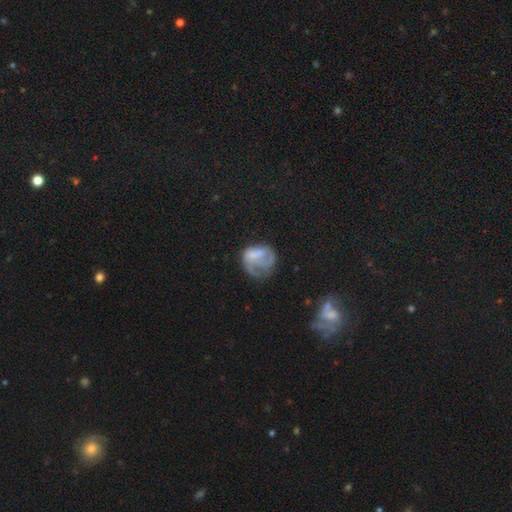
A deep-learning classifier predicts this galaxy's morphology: Smooth or featured: smooth — 46% (featured or disk — 44%)
Merging: major disturbance — 38% (none — 34%)